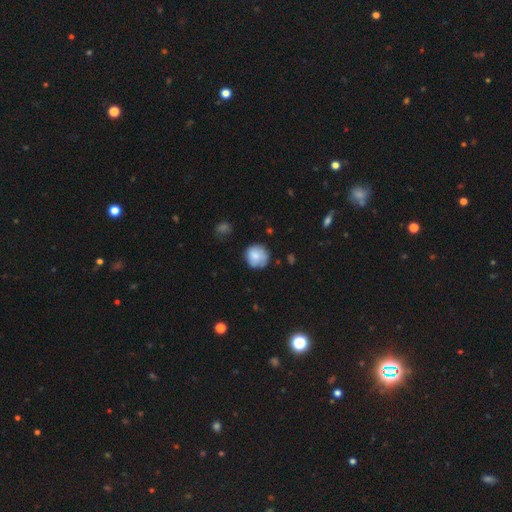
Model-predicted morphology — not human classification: This appears to be a smooth galaxy with no disk features (79%) that is round (90%). Merging: none (73%).